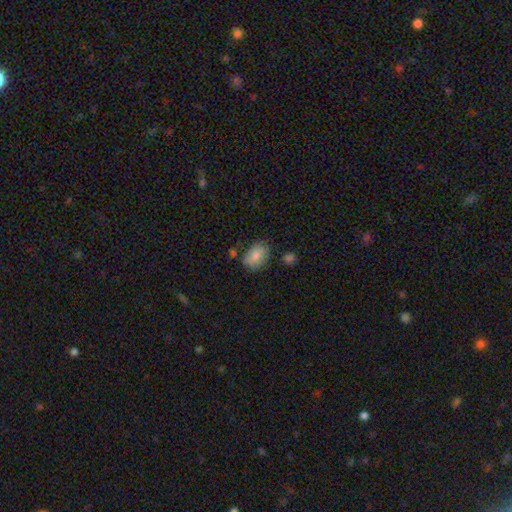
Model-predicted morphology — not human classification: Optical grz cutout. It shows a smooth galaxy with no disk features (83%) that is in between round and cigar-shaped (83%). Merging: none (69%).